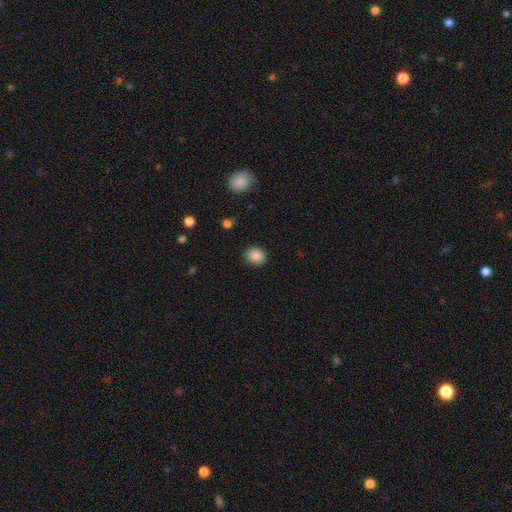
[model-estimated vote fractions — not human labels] smooth_or_featured: smooth (p=0.87) [alt: star or artifact p=0.09]
how_rounded: round (p=0.66) [alt: in between p=0.33]
merging: none (p=0.84) [alt: minor disturbance p=0.12]